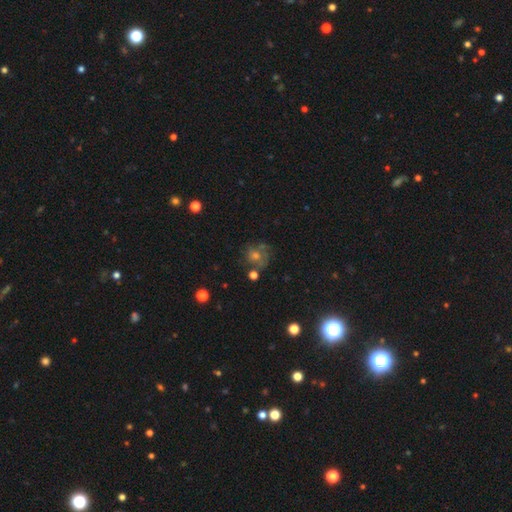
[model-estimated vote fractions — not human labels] smooth-or-featured: smooth: 38% | featured or disk: 34% | star or artifact: 28%
  merging: none: 64% | minor disturbance: 17% | major disturbance: 11% | merger: 7%